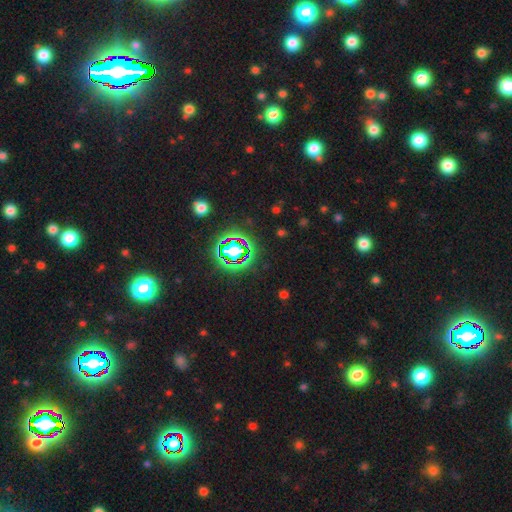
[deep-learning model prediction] Smooth or featured? star or artifact (78%)